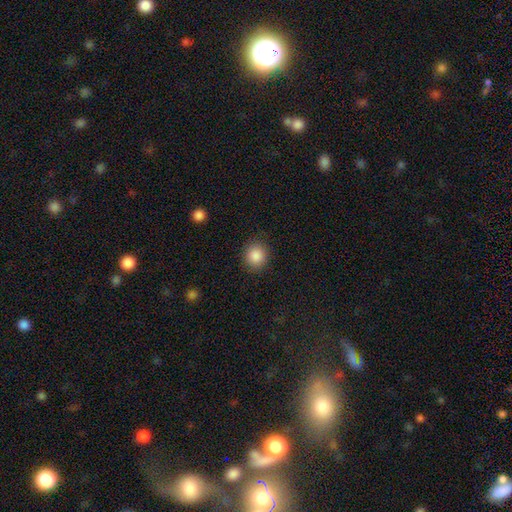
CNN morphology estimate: Smooth or featured?
  - smooth: 87% *
  - star or artifact: 9%
  - featured or disk: 4%
How rounded?
  - round: 82% *
  - in between: 17%
  - cigar-shaped: 1%
Merging?
  - none: 88% *
  - minor disturbance: 8%
  - major disturbance: 3%
  - merger: 1%